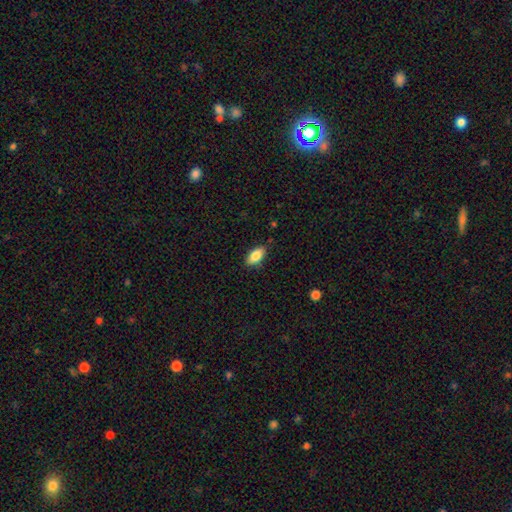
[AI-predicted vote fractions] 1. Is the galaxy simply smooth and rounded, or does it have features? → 85% smooth, 8% featured or disk, 7% star or artifact.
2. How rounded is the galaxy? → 91% in between, 6% cigar-shaped, 3% round.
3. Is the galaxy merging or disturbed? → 84% none, 12% minor disturbance, 2% major disturbance, 1% merger.